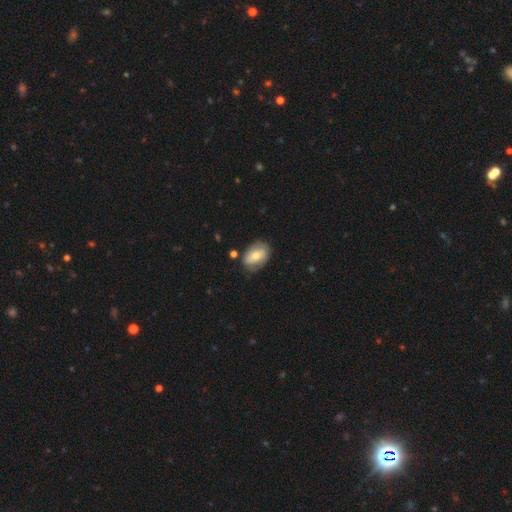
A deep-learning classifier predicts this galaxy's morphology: Smooth or featured?
  - smooth: 59% *
  - featured or disk: 34%
  - star or artifact: 7%
How rounded?
  - in between: 84% *
  - round: 15%
  - cigar-shaped: 2%
Merging?
  - none: 68% *
  - minor disturbance: 22%
  - major disturbance: 6%
  - merger: 3%